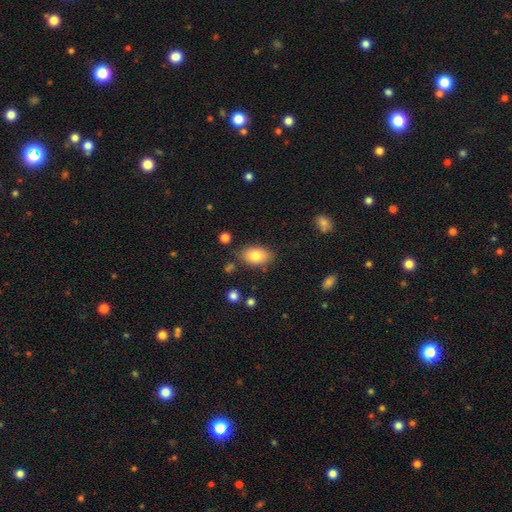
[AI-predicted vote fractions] Morphology: type=smooth (81%); roundness=in between (89%); merging=none (81%).